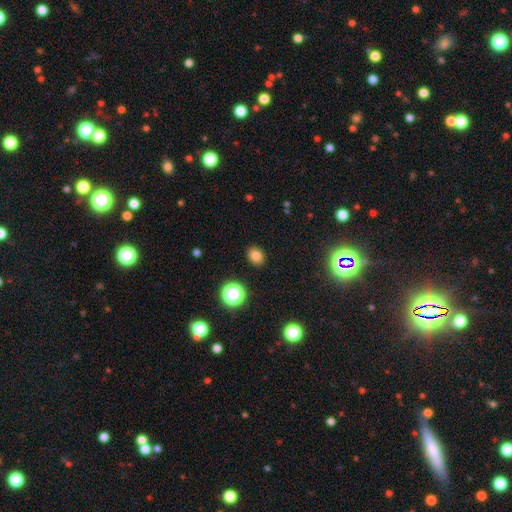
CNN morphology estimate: Smooth or featured: smooth — 80% (star or artifact — 14%)
How rounded: round — 59% (in between — 40%)
Merging: none — 90% (minor disturbance — 7%)